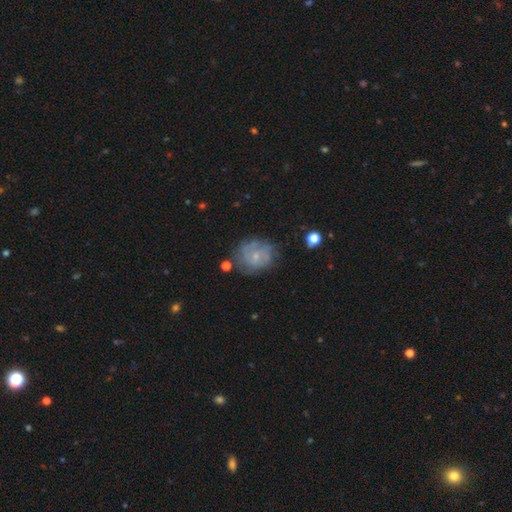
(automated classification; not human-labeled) This appears to be a featured or disk galaxy (61%) with no bar (77%), spiral arms (73%) and a small central bulge (73%). Merging: none (61%).